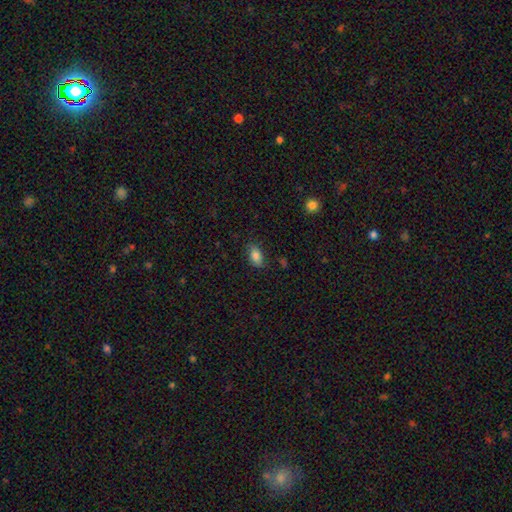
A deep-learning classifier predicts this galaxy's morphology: type=smooth (85%); roundness=in between (89%); merging=none (79%).